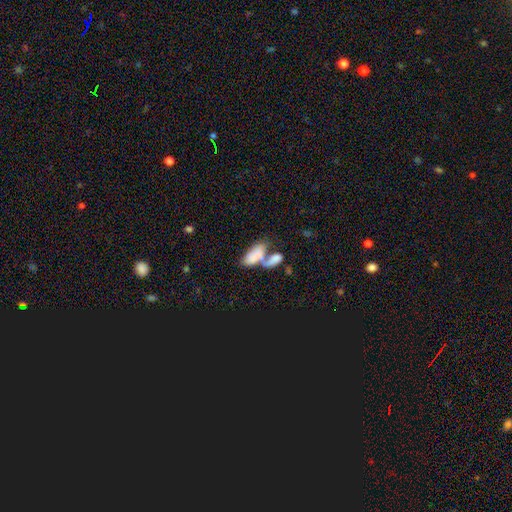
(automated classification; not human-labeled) Overall: smooth (76%). How rounded: in between (91%). Merging: merger (65%).